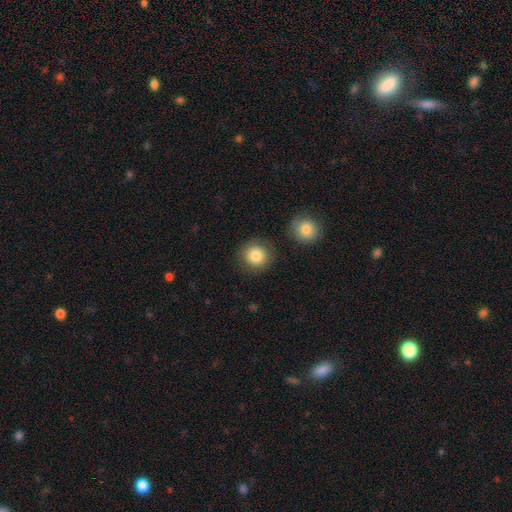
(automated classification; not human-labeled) Smooth or featured? Predicted: smooth (p=0.85). How rounded? Predicted: round (p=0.91). Merging? Predicted: none (p=0.84).